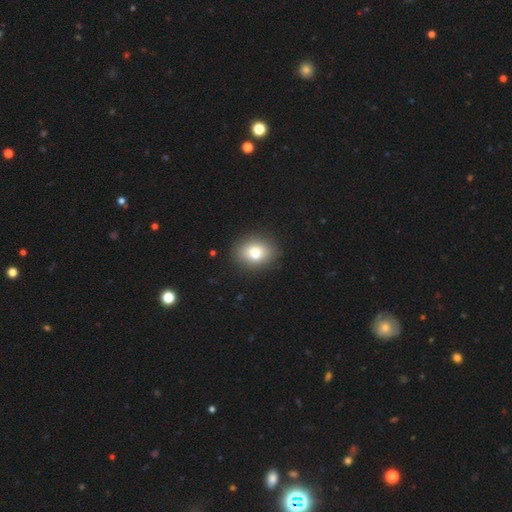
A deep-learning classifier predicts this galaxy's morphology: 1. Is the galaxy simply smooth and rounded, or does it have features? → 77% smooth, 12% featured or disk, 10% star or artifact.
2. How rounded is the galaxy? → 62% in between, 37% round, 1% cigar-shaped.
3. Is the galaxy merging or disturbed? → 83% none, 11% minor disturbance, 4% merger, 3% major disturbance.